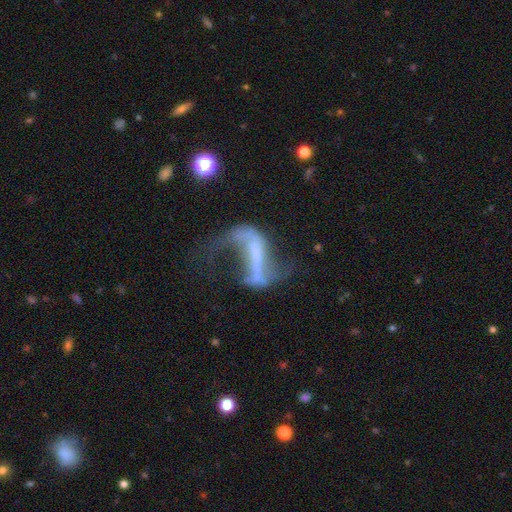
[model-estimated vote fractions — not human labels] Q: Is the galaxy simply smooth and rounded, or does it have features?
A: featured or disk — 79%.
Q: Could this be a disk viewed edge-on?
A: no — 90%.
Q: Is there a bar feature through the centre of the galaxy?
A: strong — 61%.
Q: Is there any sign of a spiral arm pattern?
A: yes — 79%.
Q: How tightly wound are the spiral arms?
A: loose — 87%.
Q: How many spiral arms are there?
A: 2 — 78%.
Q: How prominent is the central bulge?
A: none — 53%.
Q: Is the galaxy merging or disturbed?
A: major disturbance — 40%.